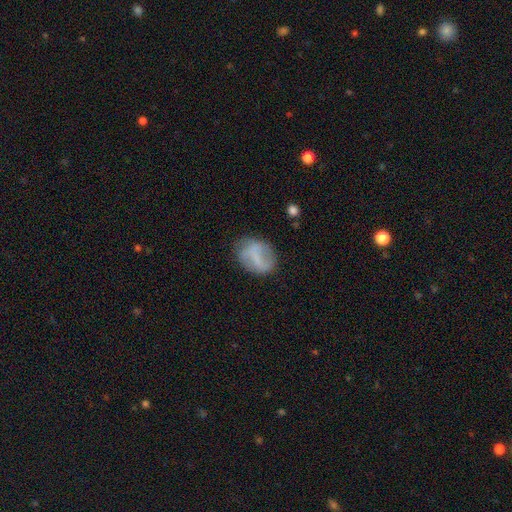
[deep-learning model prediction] Smooth or featured? smooth (49%)
Merging? none (67%)